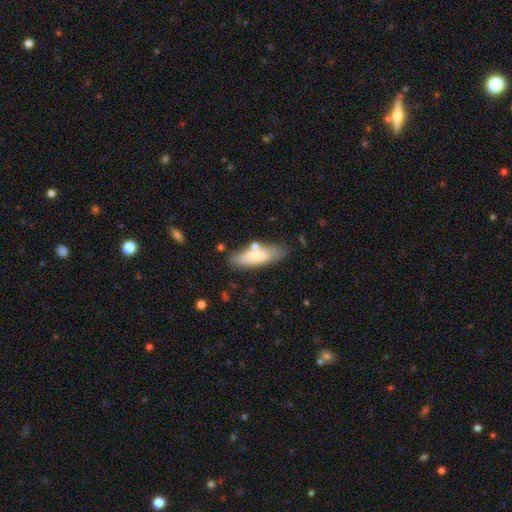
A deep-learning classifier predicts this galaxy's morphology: Overall: smooth (71%). How rounded: in between (57%; cigar-shaped 41%). Merging: none (70%).